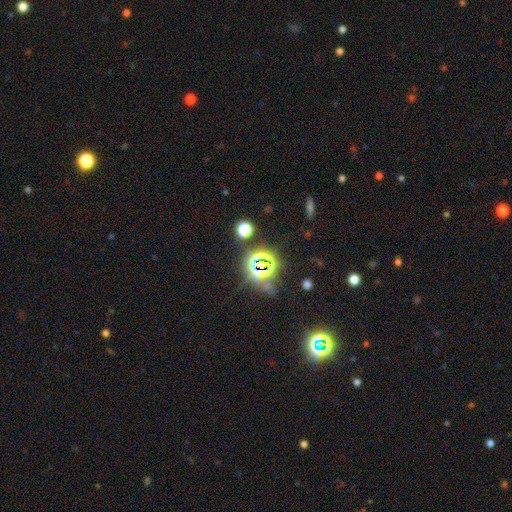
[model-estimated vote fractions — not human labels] Smooth or featured?
  - star or artifact: 77% *
  - smooth: 14%
  - featured or disk: 8%